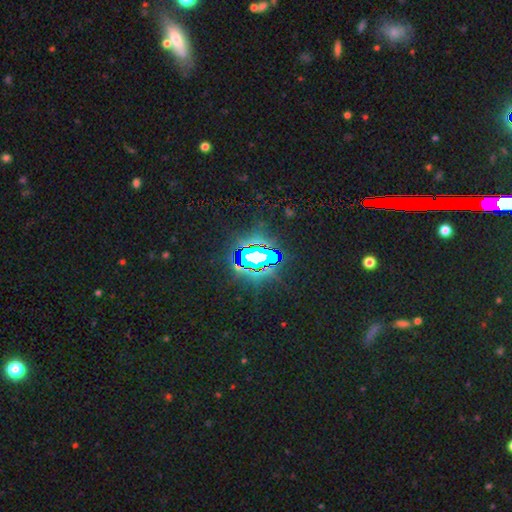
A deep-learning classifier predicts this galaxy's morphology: smooth-or-featured: star or artifact: 78% | featured or disk: 11% | smooth: 10%